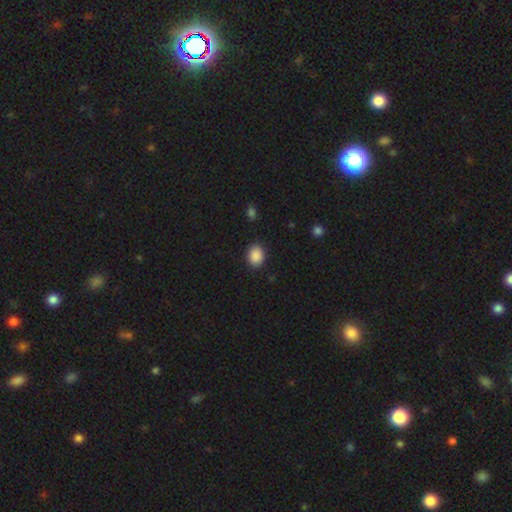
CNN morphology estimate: The model was most divided on "how rounded": in between: 53%, round: 46%, cigar-shaped: 1%. More confident: smooth or featured — smooth (88%); merging — none (87%).